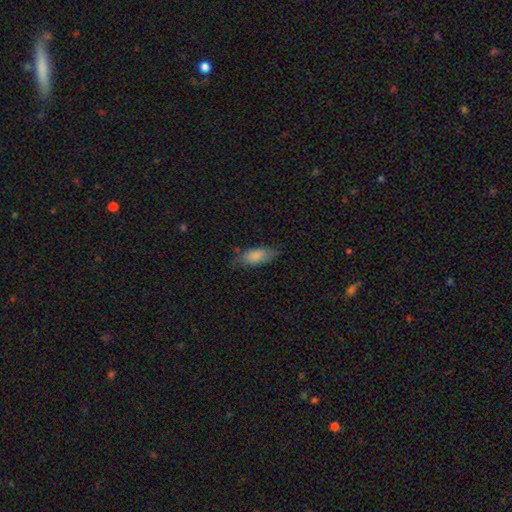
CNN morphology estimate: This appears to be a smooth galaxy with no disk features (82%) that is in between round and cigar-shaped (82%). Merging: none (66%).